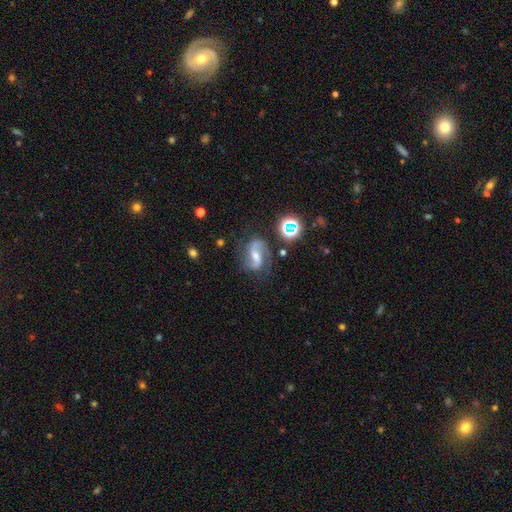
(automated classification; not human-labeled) A featured or disk galaxy (82%) with a weak bar (45%), 2 (90%) medium (46%) spiral arms (96%) and a moderate central bulge (43%, tied with small).

Vote fractions:
- Smooth or featured? featured or disk: 82% / star or artifact: 9% / smooth: 9%
- Edge-on disk? no: 97% / yes: 3%
- Bar? weak: 45% / strong: 31% / no: 24%
- Spiral arms? yes: 96% / no: 4%
- Spiral winding? medium: 46% / loose: 42% / tight: 12%
- Spiral arm count? 2: 90% / 1: 3% / can't tell: 3% / 3: 1% / 4: 1% / more than 4: 1%
- Bulge size? moderate: 43% (tied) / small: 43% (tied) / none: 8% / large: 5% / dominant: 1%
- Merging? none: 70% / minor disturbance: 18% / major disturbance: 9% / merger: 3%